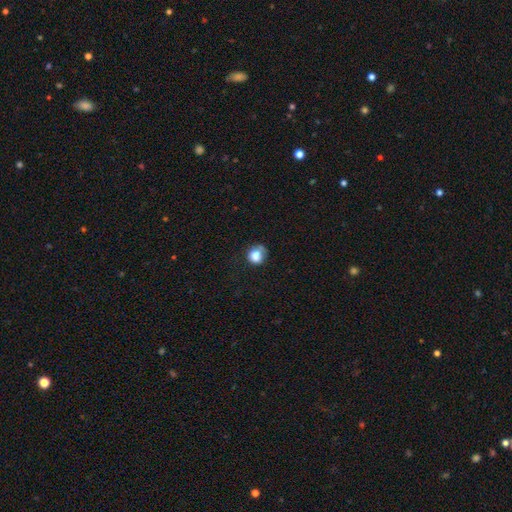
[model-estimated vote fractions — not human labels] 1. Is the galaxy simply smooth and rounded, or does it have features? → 81% smooth, 10% star or artifact, 9% featured or disk.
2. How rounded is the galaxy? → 77% round, 22% in between, 1% cigar-shaped.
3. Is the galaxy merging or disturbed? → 49% none, 27% minor disturbance, 14% major disturbance, 9% merger.